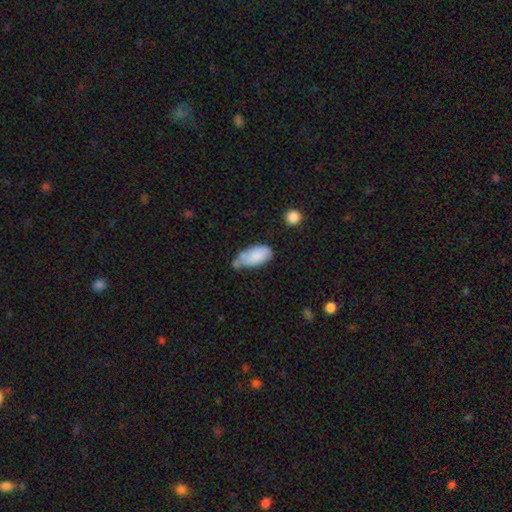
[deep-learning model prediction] Smooth or featured? smooth (83%)
How rounded? in between (92%)
Merging? none (38%)